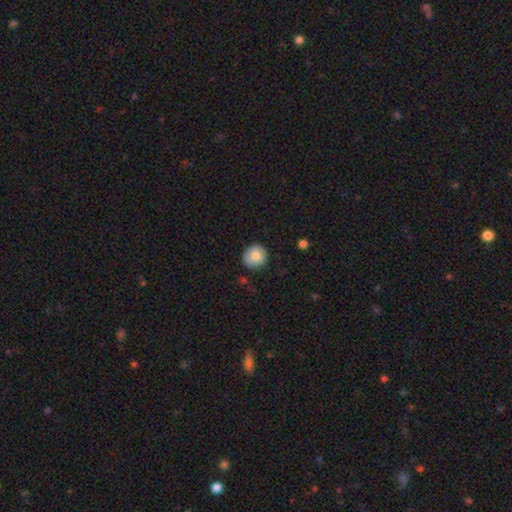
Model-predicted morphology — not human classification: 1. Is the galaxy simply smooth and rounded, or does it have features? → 78% smooth, 14% featured or disk, 8% star or artifact.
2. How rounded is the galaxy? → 92% round, 7% in between, 1% cigar-shaped.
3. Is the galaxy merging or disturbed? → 84% none, 12% minor disturbance, 2% major disturbance, 1% merger.